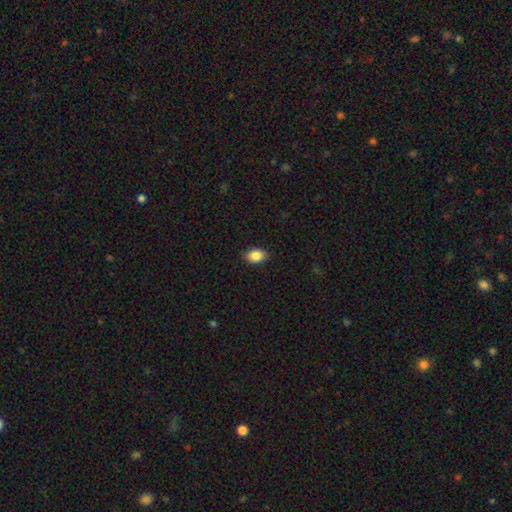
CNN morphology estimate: A smooth galaxy with no disk features (87%) that is in between round and cigar-shaped (83%).

Vote fractions:
- Smooth or featured? smooth: 87% / star or artifact: 8% / featured or disk: 5%
- How rounded? in between: 83% / round: 16% / cigar-shaped: 1%
- Merging? none: 88% / minor disturbance: 9% / major disturbance: 2% / merger: 1%